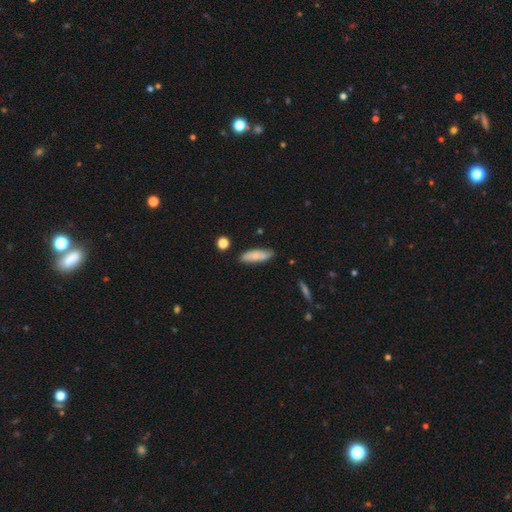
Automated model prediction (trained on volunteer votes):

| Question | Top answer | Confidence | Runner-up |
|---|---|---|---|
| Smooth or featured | smooth | 76% | featured or disk (18%) |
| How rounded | cigar-shaped | 50% | in between (48%) |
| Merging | none | 81% | minor disturbance (15%) |